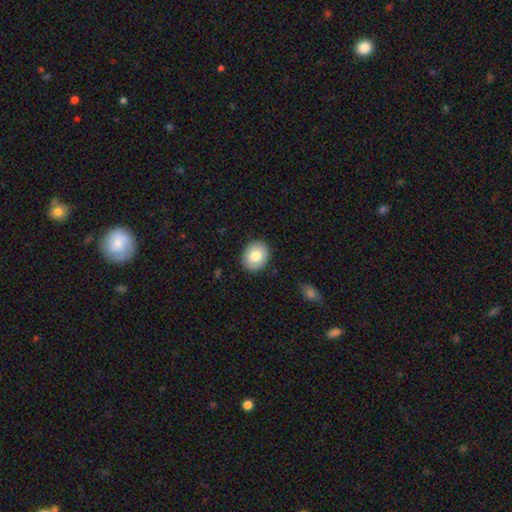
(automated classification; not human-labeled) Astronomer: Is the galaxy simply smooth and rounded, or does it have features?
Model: smooth — 80%.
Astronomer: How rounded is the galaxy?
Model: round — 54% (runner-up: in between, 45%).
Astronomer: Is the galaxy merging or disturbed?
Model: none — 89%.